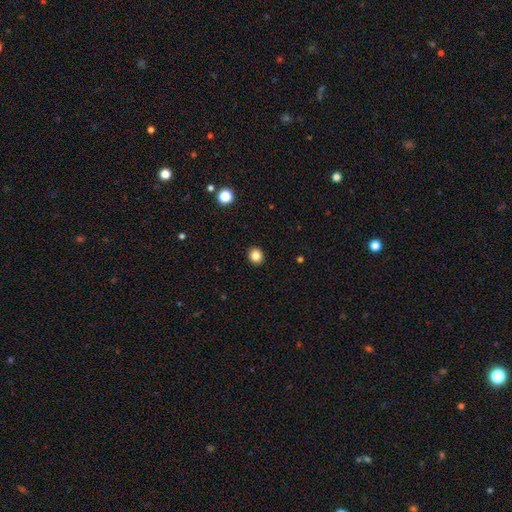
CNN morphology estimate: Smooth or featured? smooth (84%)
How rounded? round (80%)
Merging? none (92%)